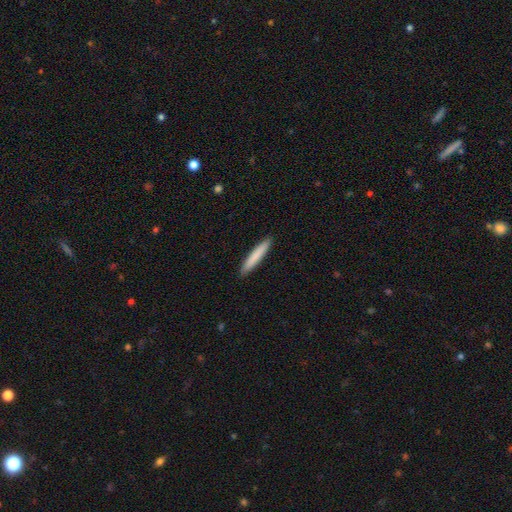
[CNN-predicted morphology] Smooth or featured?
  - smooth: 80% *
  - featured or disk: 14%
  - star or artifact: 5%
How rounded?
  - cigar-shaped: 95% *
  - in between: 4%
  - round: 1%
Merging?
  - none: 92% *
  - minor disturbance: 6%
  - major disturbance: 1%
  - merger: 1%